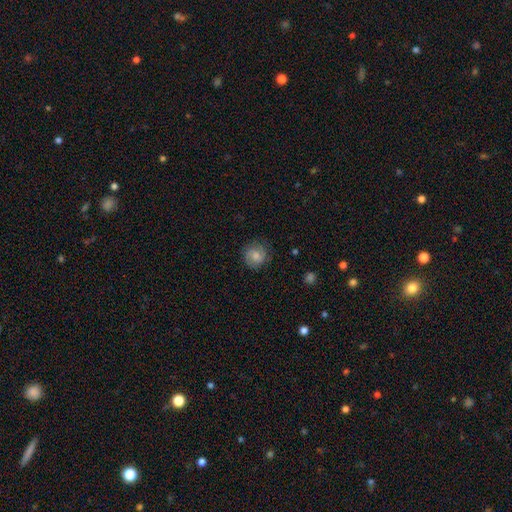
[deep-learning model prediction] Smooth or featured? smooth (55%)
How rounded? round (86%)
Merging? none (81%)